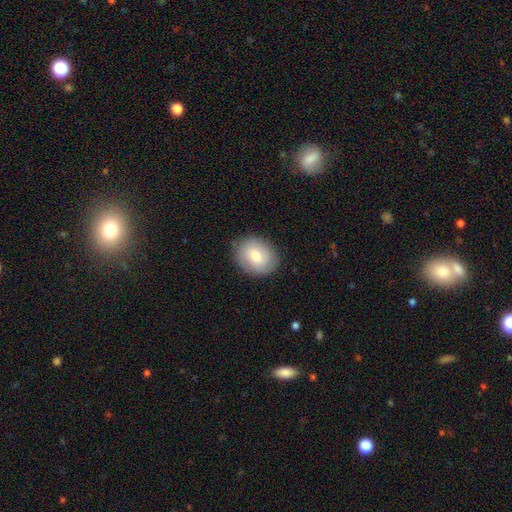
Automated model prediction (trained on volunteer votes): This appears to be a smooth galaxy with no disk features (69%) that is round (56%). Merging: none (85%).